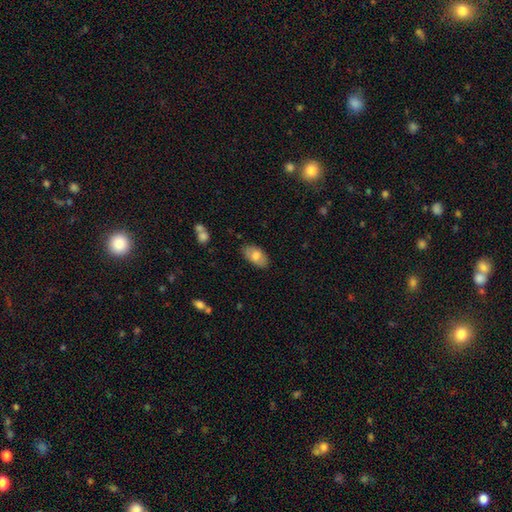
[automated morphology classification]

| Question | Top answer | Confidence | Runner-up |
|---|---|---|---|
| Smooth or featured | smooth | 75% | featured or disk (18%) |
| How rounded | in between | 94% | round (5%) |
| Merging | none | 83% | minor disturbance (13%) |